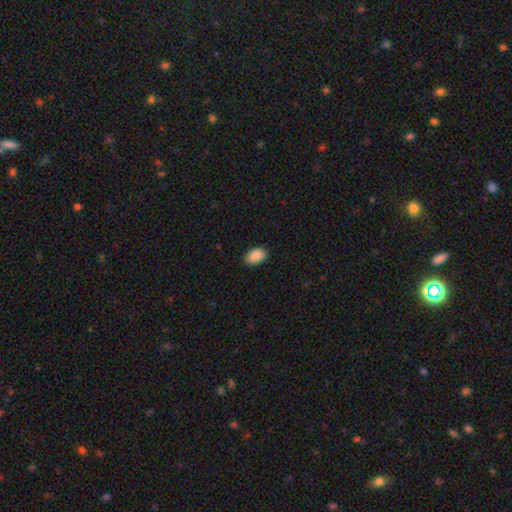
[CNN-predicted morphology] type=smooth (89%); roundness=in between (92%); merging=none (85%).